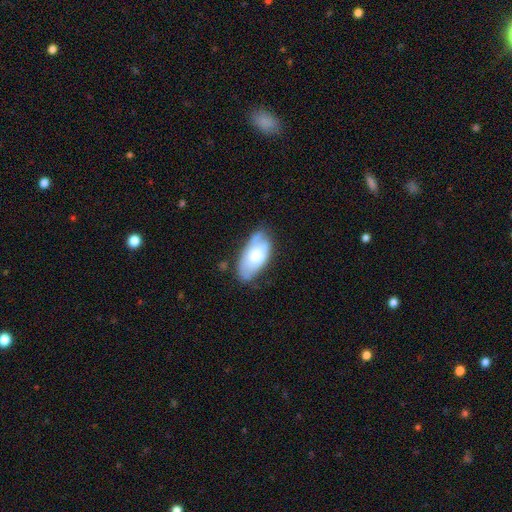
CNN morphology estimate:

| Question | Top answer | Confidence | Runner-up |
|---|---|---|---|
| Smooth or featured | smooth | 56% | featured or disk (37%) |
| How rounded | in between | 93% | cigar-shaped (4%) |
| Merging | none | 57% | minor disturbance (30%) |